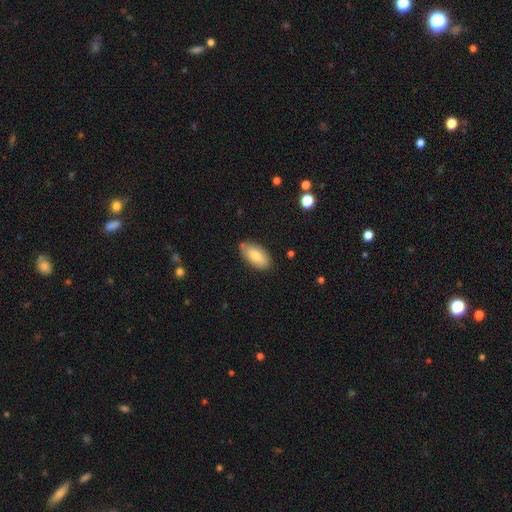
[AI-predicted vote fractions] Morphology: type=smooth (79%); roundness=in between (94%); merging=none (80%).